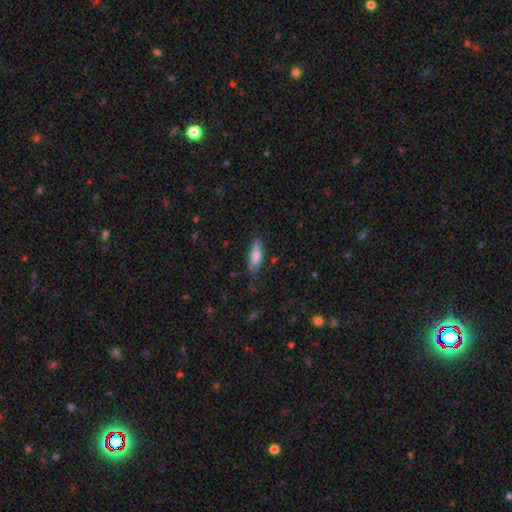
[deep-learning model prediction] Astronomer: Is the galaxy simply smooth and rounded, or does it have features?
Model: smooth — 77%.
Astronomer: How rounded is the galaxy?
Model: in between — 56% (runner-up: cigar-shaped, 43%).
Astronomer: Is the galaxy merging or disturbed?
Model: none — 72%.